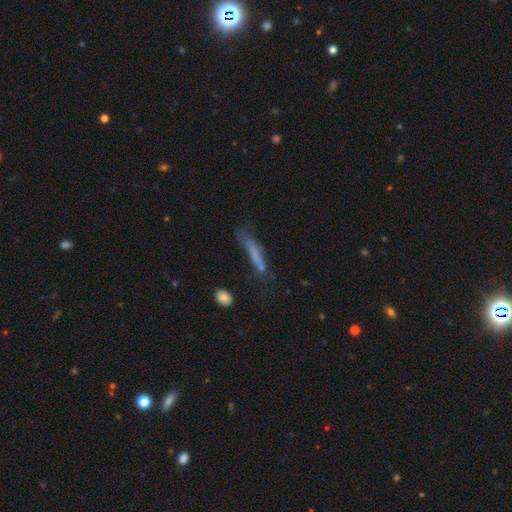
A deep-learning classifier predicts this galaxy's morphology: This is likely a smooth galaxy (60%). How rounded: clearly cigar-shaped (89%). Merging: possibly none (54%).